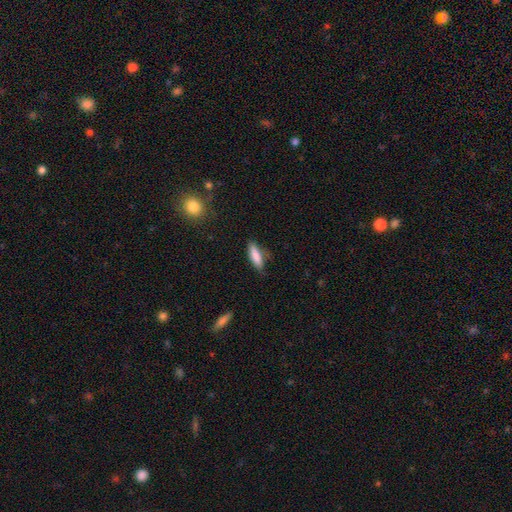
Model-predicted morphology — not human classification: This appears to be a smooth galaxy with no disk features (83%) that is cigar-shaped (50%). Merging: none (70%).